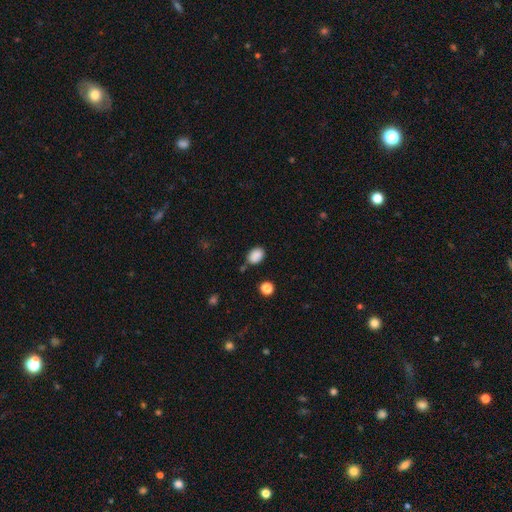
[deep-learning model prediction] Smooth or featured? smooth (87%)
How rounded? in between (75%)
Merging? none (74%)